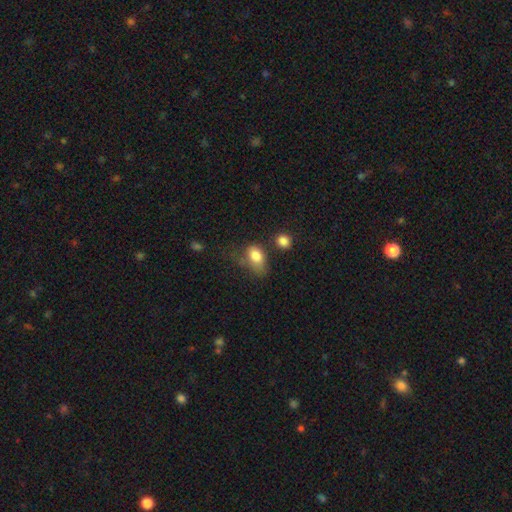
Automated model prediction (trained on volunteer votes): Morphology: type=smooth (81%); roundness=in between (82%); merging=none (38%).